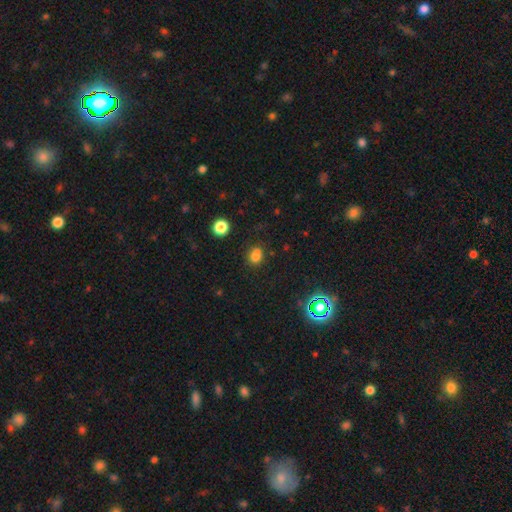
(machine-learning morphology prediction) smooth_or_featured: smooth (p=0.76) [alt: star or artifact p=0.18]
how_rounded: in between (p=0.60) [alt: round p=0.38]
merging: none (p=0.72) [alt: minor disturbance p=0.16]